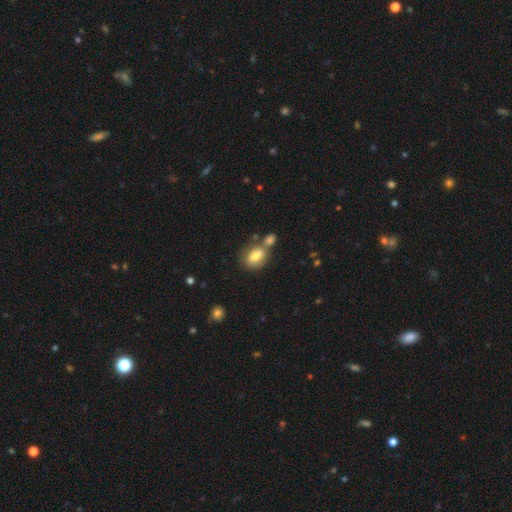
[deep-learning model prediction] smooth 79%, featured or disk 12%, star or artifact 9%. Down the decision tree: how rounded — in between (66%); merging — none (49%).